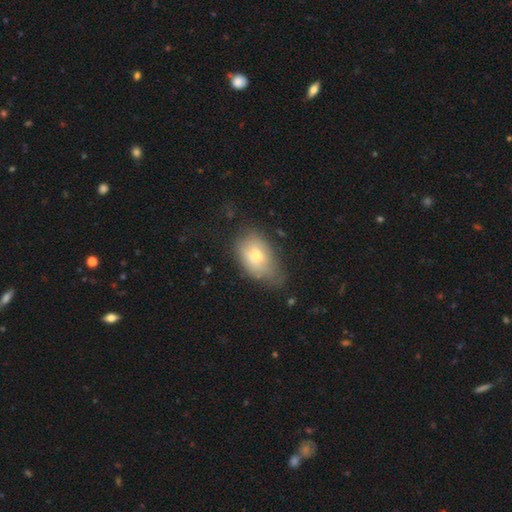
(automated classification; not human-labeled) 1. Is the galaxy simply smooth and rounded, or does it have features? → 69% smooth, 22% featured or disk, 9% star or artifact.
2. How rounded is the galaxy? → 87% in between, 12% round, 2% cigar-shaped.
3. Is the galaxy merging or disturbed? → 50% none, 36% minor disturbance, 12% major disturbance, 2% merger.